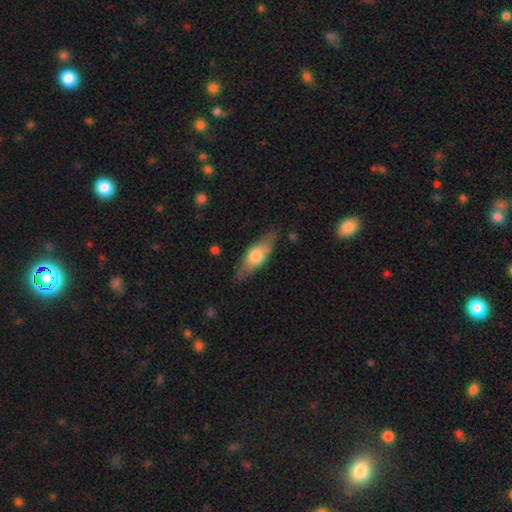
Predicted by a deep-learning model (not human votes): smooth_or_featured: smooth (p=0.59) [alt: featured or disk p=0.36]
how_rounded: in between (p=0.60) [alt: cigar-shaped p=0.38]
merging: none (p=0.78) [alt: minor disturbance p=0.17]